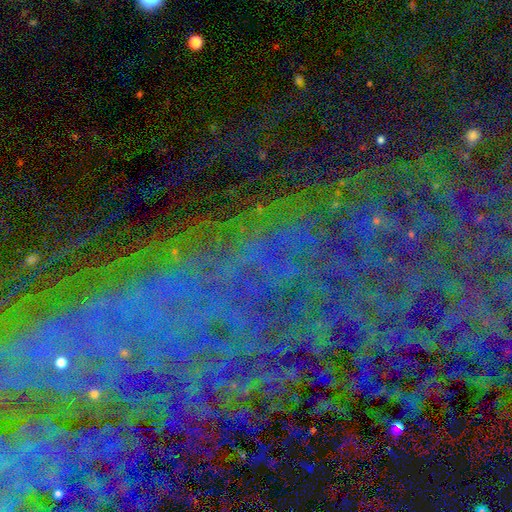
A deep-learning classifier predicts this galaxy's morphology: Q: Smooth or featured?
A: star or artifact (76%); runner-up: featured or disk (14%)